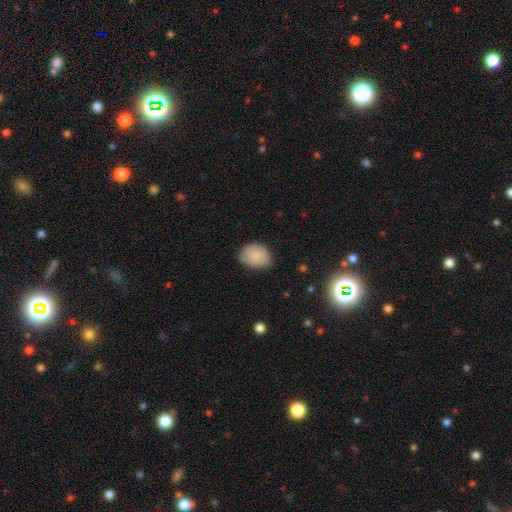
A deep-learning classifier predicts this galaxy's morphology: Smooth or featured? smooth (85%)
How rounded? in between (59%)
Merging? none (71%)